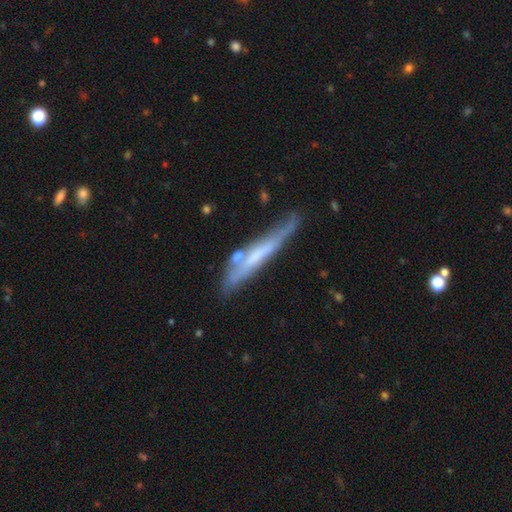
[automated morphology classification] This appears to be a featured or disk galaxy (55%) viewed edge-on (84%). Merging: none (57%).